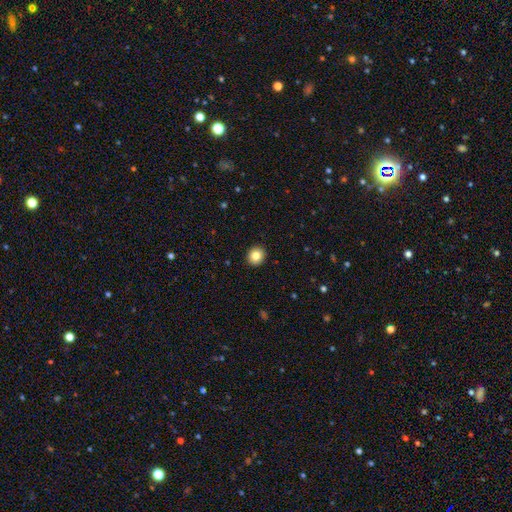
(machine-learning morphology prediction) smooth 83%, star or artifact 10%, featured or disk 7%. Down the decision tree: how rounded — round (84%); merging — none (93%).